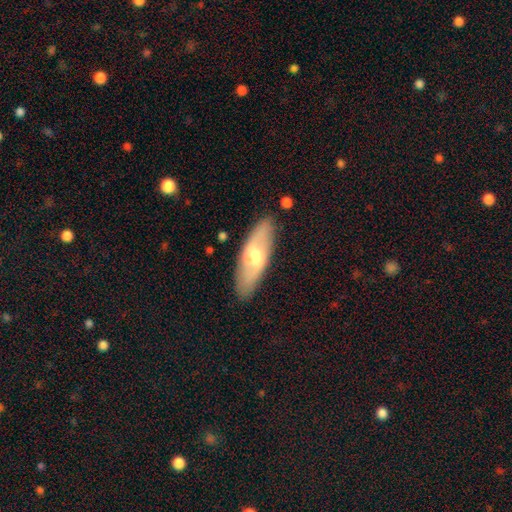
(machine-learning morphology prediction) Smooth or featured? featured or disk (54%)
Edge-on disk? no (73%)
Merging? none (84%)